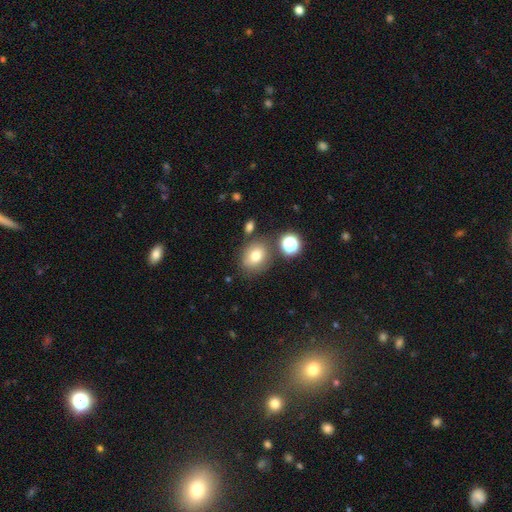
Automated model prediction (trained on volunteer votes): Smooth or featured?
  - smooth: 74% *
  - star or artifact: 14%
  - featured or disk: 12%
How rounded?
  - round: 55% *
  - in between: 44%
  - cigar-shaped: 1%
Merging?
  - none: 74% *
  - minor disturbance: 13%
  - merger: 9%
  - major disturbance: 4%